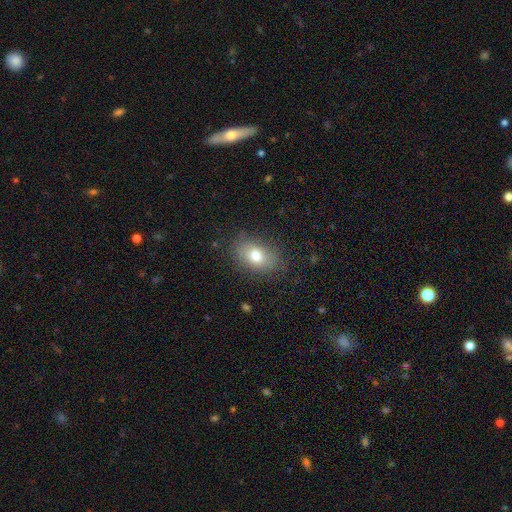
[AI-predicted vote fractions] smooth-or-featured: smooth: 74% | featured or disk: 16% | star or artifact: 10%
  how-rounded: in between: 81% | round: 17% | cigar-shaped: 2%
  merging: none: 77% | minor disturbance: 16% | major disturbance: 5% | merger: 1%